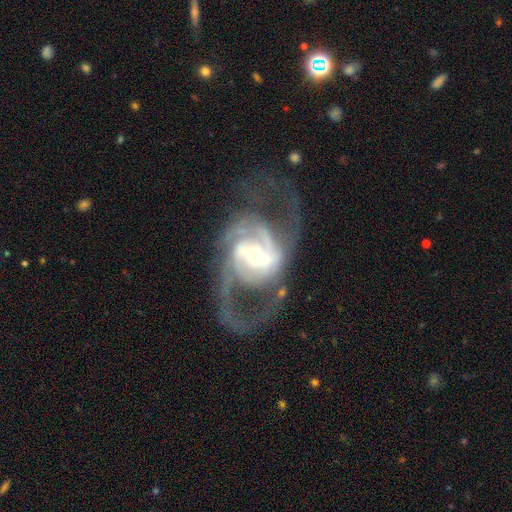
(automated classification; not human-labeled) smooth_or_featured: featured or disk (p=0.89) [alt: smooth p=0.06]
disk_edge_on: no (p=0.97) [alt: yes p=0.03]
bar: weak (p=0.38) [alt: no p=0.33]
has_spiral_arms: yes (p=0.96) [alt: no p=0.04]
spiral_winding: medium (p=0.50) [alt: tight p=0.27]
spiral_arm_count: 2 (p=0.54) [alt: 3 p=0.20]
bulge_size: moderate (p=0.47) [alt: small p=0.44]
merging: none (p=0.46) [alt: major disturbance p=0.37]